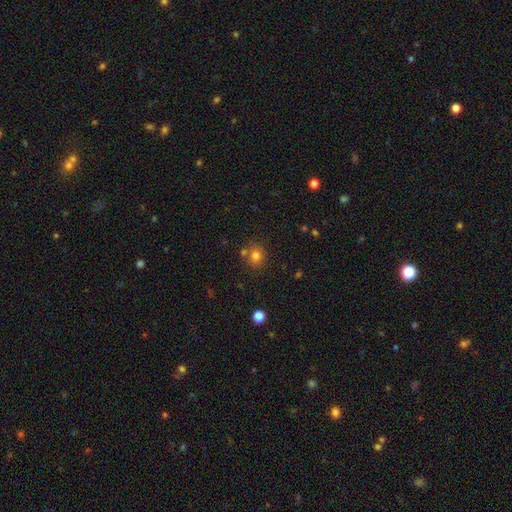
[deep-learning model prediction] Q: Smooth or featured?
A: smooth (77%); runner-up: star or artifact (15%)
Q: How rounded?
A: round (77%); runner-up: in between (22%)
Q: Merging?
A: none (70%); runner-up: merger (15%)